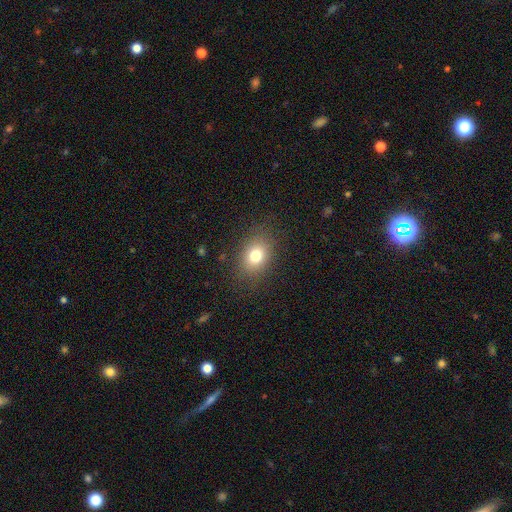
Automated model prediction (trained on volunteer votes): smooth_or_featured: smooth (p=0.77) [alt: star or artifact p=0.12]
how_rounded: in between (p=0.64) [alt: round p=0.35]
merging: none (p=0.84) [alt: minor disturbance p=0.11]